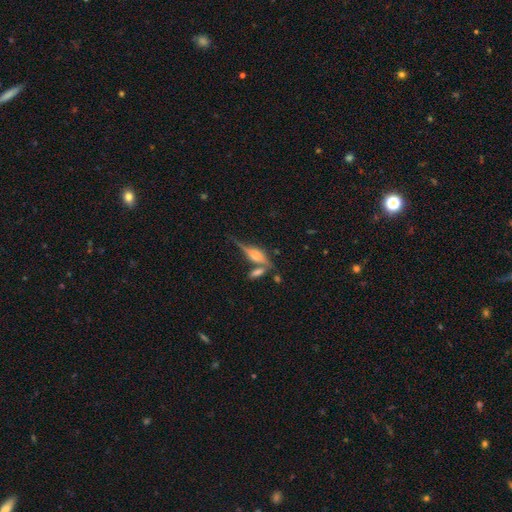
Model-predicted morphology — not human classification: smooth_or_featured: featured or disk (p=0.61) [alt: smooth p=0.30]
disk_edge_on: yes (p=0.89) [alt: no p=0.11]
edge_on_bulge: rounded (p=0.79) [alt: boxy p=0.16]
merging: none (p=0.52) [alt: merger p=0.22]